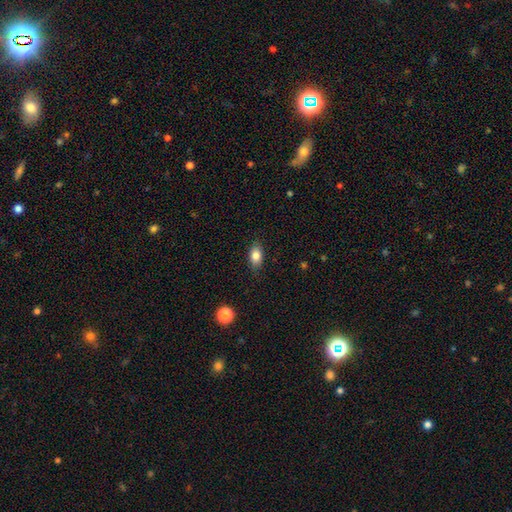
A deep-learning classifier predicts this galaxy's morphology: Q: Smooth or featured?
A: smooth (83%); runner-up: featured or disk (9%)
Q: How rounded?
A: in between (87%); runner-up: round (9%)
Q: Merging?
A: none (86%); runner-up: minor disturbance (11%)